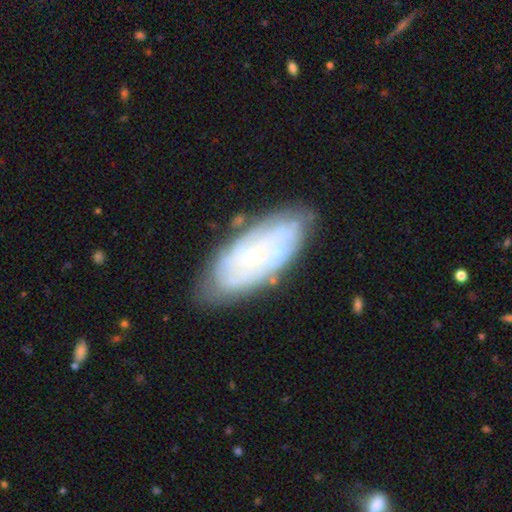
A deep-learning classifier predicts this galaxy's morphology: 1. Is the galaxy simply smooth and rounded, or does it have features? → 66% featured or disk, 27% smooth, 7% star or artifact.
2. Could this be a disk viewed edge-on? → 91% no, 9% yes.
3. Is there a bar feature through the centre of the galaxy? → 74% no, 21% weak, 5% strong.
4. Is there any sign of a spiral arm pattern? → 78% yes, 22% no.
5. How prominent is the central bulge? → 80% small, 12% moderate, 6% none, 1% large, 1% dominant.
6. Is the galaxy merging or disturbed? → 75% none, 18% minor disturbance, 5% major disturbance, 2% merger.